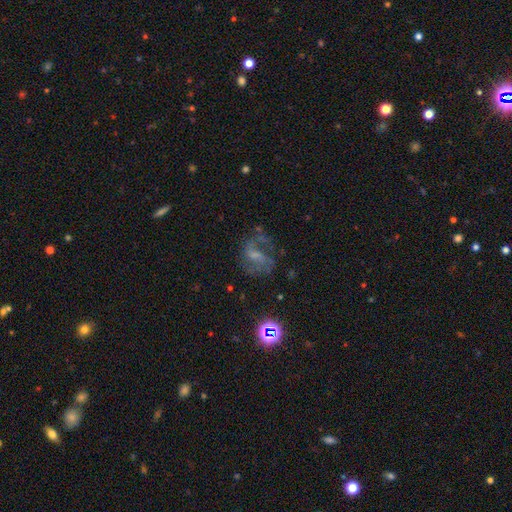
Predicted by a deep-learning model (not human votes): Q: Smooth or featured?
A: featured or disk (63%); runner-up: smooth (20%)
Q: Edge-on disk?
A: no (97%); runner-up: yes (3%)
Q: Bar?
A: weak (47%); runner-up: no (35%)
Q: Spiral arms?
A: yes (79%); runner-up: no (21%)
Q: Bulge size?
A: small (35%); runner-up: none (34%)
Q: Merging?
A: none (51%); runner-up: major disturbance (26%)